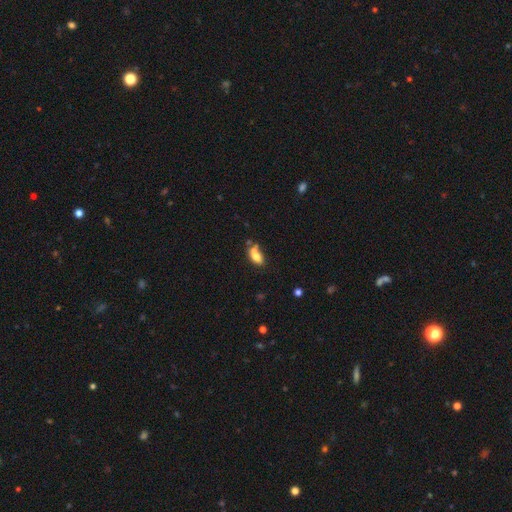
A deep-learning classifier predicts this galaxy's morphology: The model was most divided on "merging": merger: 43%, none: 35%, minor disturbance: 15%, major disturbance: 7%. More confident: how rounded — in between (82%); smooth or featured — smooth (71%).